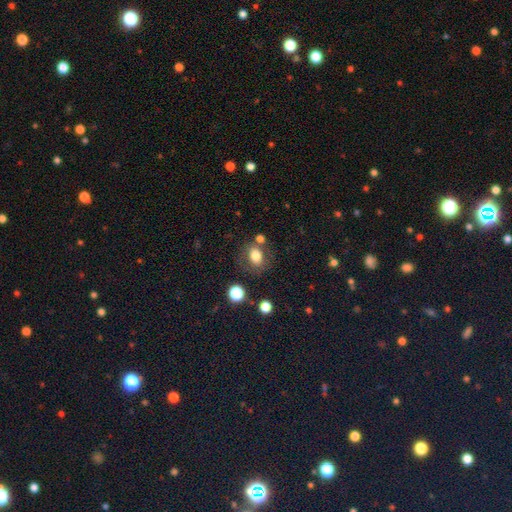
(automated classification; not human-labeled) smooth-or-featured: smooth: 78% | featured or disk: 11% | star or artifact: 11%
  how-rounded: in between: 58% | round: 41% | cigar-shaped: 1%
  merging: none: 68% | minor disturbance: 15% | merger: 10% | major disturbance: 7%